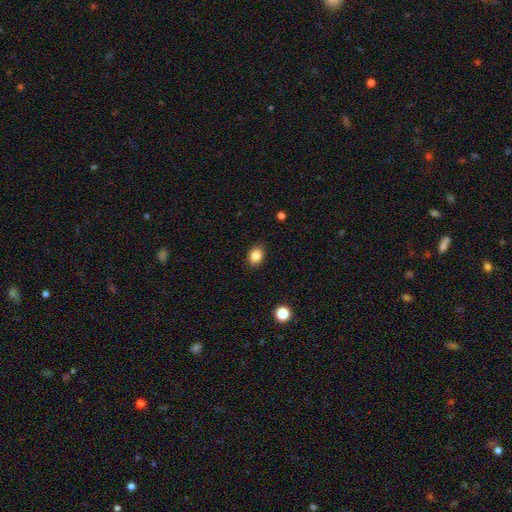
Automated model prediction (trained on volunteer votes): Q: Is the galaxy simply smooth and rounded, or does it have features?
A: smooth — 85%.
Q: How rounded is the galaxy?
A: in between — 67%.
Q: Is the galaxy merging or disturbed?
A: none — 87%.